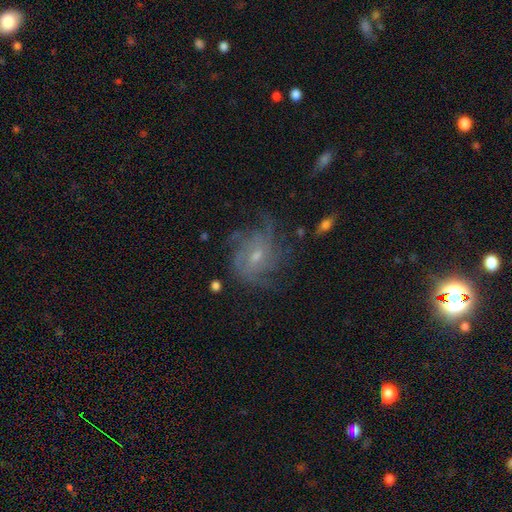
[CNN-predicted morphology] Smooth or featured: featured or disk — 76% (smooth — 13%)
Edge-on disk: no — 97% (yes — 3%)
Bar: no — 61% (weak — 35%)
Spiral arms: yes — 90% (no — 10%)
Spiral winding: medium — 41% (tight — 39%)
Spiral arm count: can't tell — 34% (4 — 26%)
Bulge size: small — 55% (moderate — 39%)
Merging: none — 61% (minor disturbance — 20%)